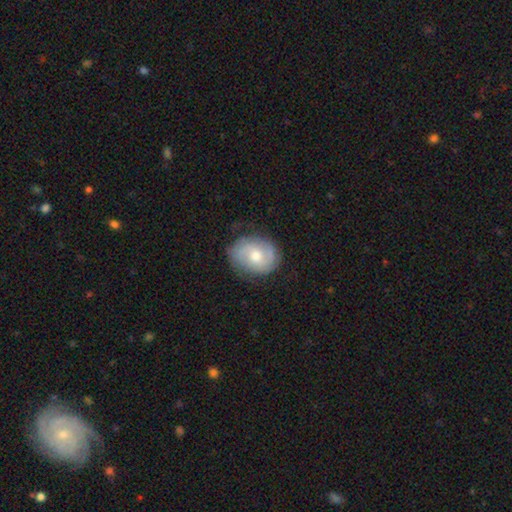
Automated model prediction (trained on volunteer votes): Overall: featured or disk (69%). Edge-on disk: no (97%). Bar: no (63%; weak 32%). Spiral arms: yes (89%). Spiral arm count: 2 (71%). Spiral winding: tight (47%; medium 39%). Bulge size: moderate (67%). Merging: none (75%).